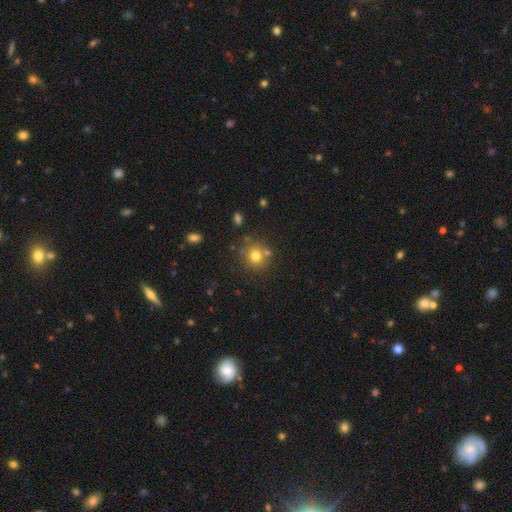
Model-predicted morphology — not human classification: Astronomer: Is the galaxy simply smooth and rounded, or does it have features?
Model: smooth — 75%.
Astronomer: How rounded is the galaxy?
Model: round — 88%.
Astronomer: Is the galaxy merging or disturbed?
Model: none — 74%.